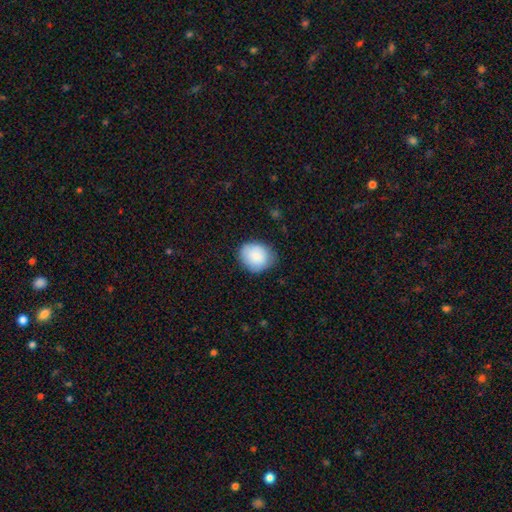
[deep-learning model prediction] Morphology: type=smooth (86%); roundness=round (60%); merging=none (74%).